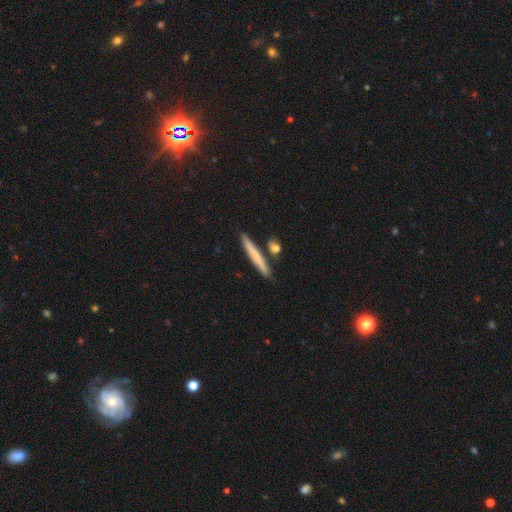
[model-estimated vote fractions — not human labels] Smooth or featured? Predicted: smooth (p=0.62). How rounded? Predicted: cigar-shaped (p=0.95). Merging? Predicted: none (p=0.83).